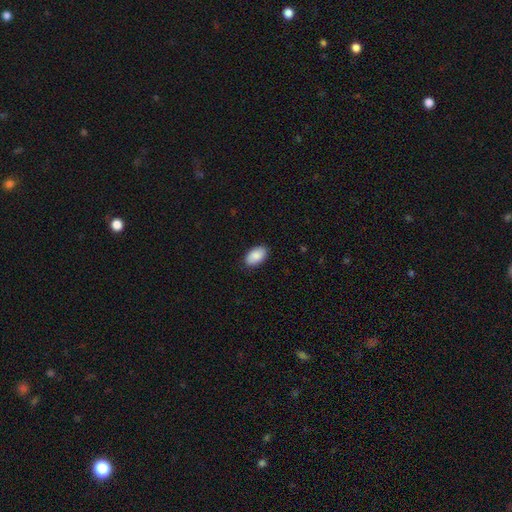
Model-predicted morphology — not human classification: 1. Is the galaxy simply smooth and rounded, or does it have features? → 89% smooth, 6% star or artifact, 5% featured or disk.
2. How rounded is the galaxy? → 94% in between, 4% round, 1% cigar-shaped.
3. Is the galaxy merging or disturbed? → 87% none, 10% minor disturbance, 2% major disturbance, 1% merger.